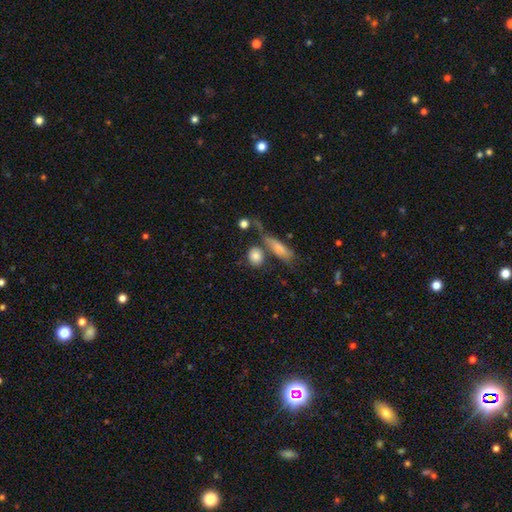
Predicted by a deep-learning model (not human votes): Smooth or featured?
  - smooth: 83% *
  - featured or disk: 9%
  - star or artifact: 8%
How rounded?
  - round: 55% *
  - in between: 39%
  - cigar-shaped: 6%
Merging?
  - none: 60% *
  - merger: 22%
  - minor disturbance: 12%
  - major disturbance: 6%